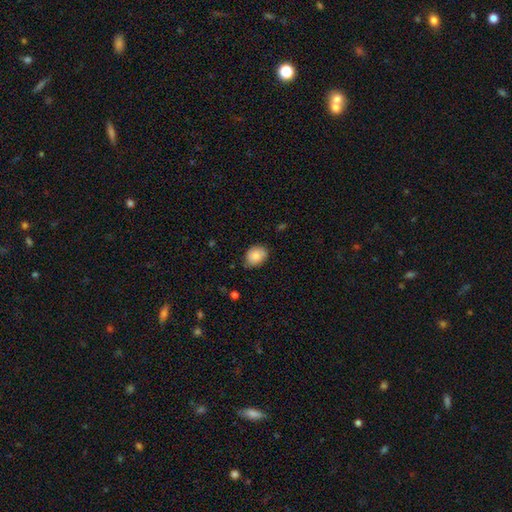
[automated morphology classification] This is clearly a smooth galaxy (85%). How rounded: possibly in between (58%). Merging: likely none (74%).